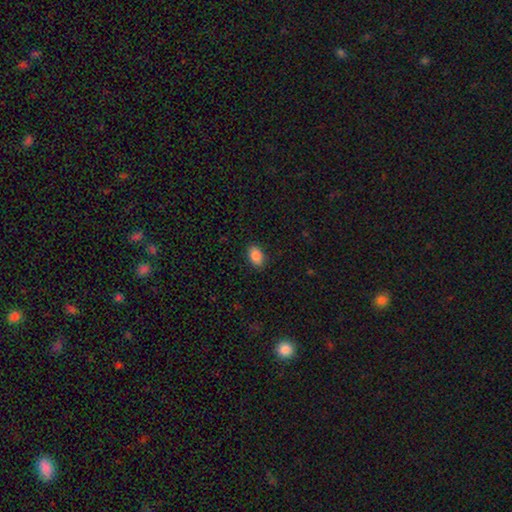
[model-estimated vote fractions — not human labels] smooth_or_featured: smooth (p=0.88) [alt: star or artifact p=0.08]
how_rounded: in between (p=0.91) [alt: round p=0.08]
merging: none (p=0.88) [alt: minor disturbance p=0.09]